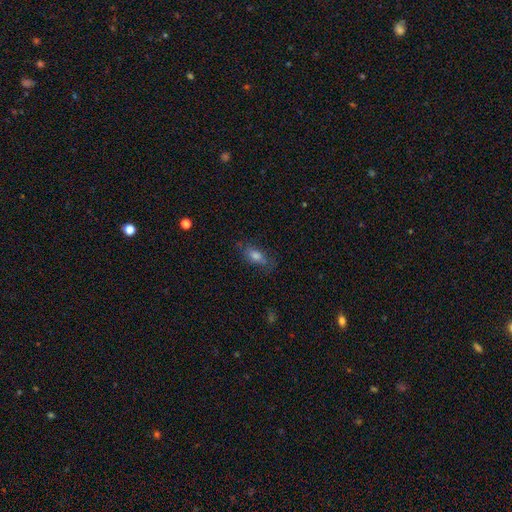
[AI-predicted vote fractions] smooth-or-featured: smooth: 61% | featured or disk: 25% | star or artifact: 15%
  how-rounded: in between: 75% | cigar-shaped: 15% | round: 10%
  merging: none: 69% | minor disturbance: 20% | major disturbance: 9% | merger: 2%